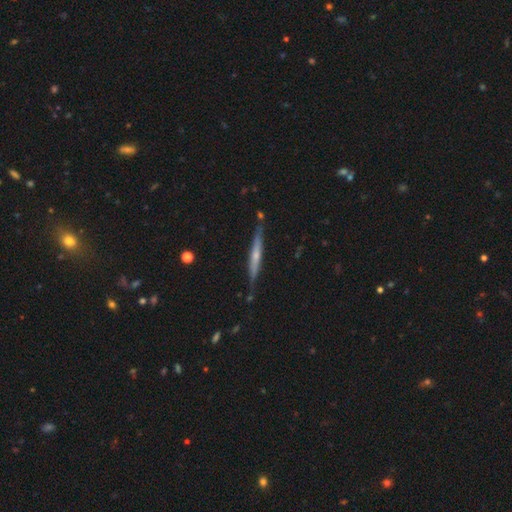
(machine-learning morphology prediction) A featured or disk galaxy (60%) viewed edge-on (95%) with a rounded central bulge (56%). Merging: none (80%).